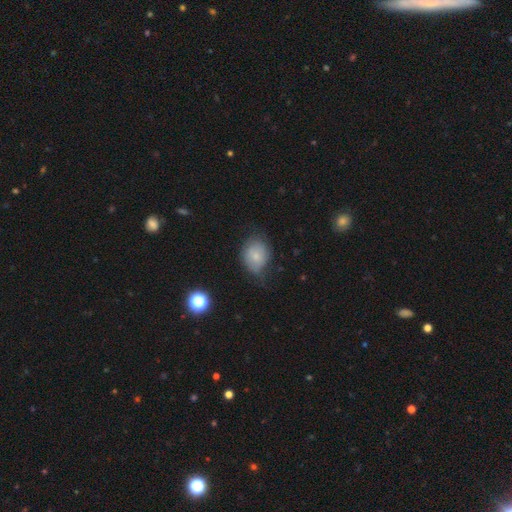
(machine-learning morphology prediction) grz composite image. It shows a smooth galaxy with no disk features (75%) that is round (54%). Merging: none (53%).